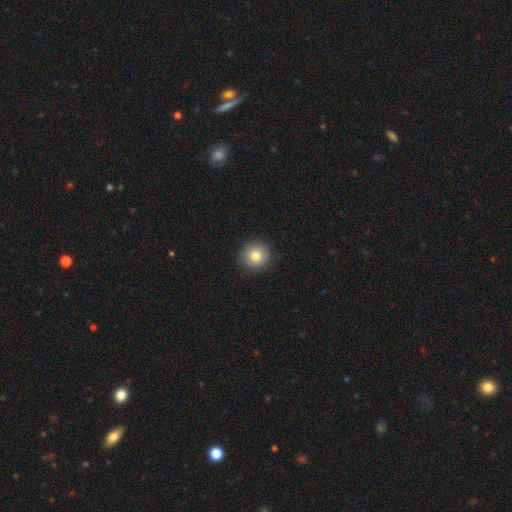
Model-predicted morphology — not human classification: This appears to be a smooth galaxy with no disk features (82%) that is round (94%). Merging: none (91%).